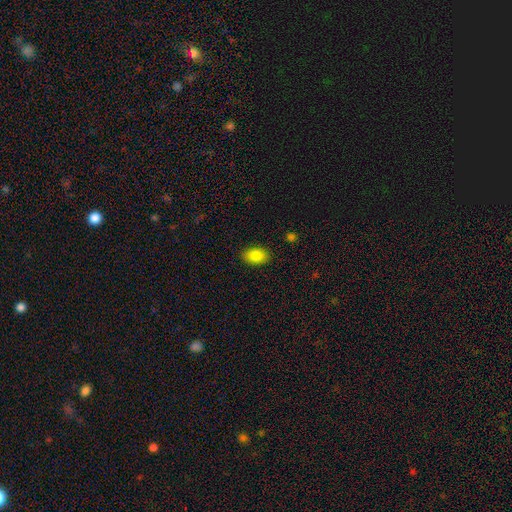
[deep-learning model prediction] The model was most divided on "smooth or featured": smooth: 86%, star or artifact: 8%, featured or disk: 6%. More confident: how rounded — in between (89%); merging — none (88%).